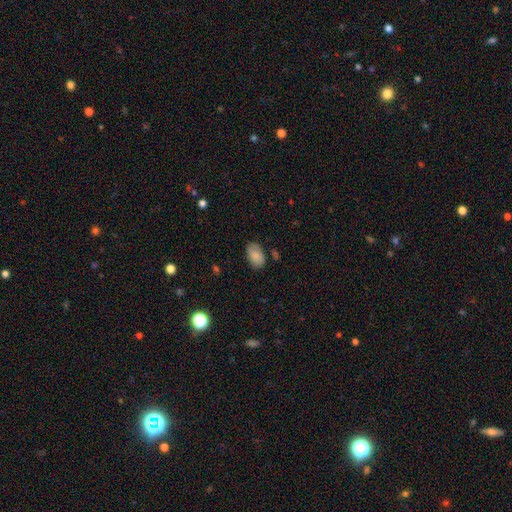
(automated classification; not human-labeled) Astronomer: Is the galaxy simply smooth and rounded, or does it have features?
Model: smooth — 86%.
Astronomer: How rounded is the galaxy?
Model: in between — 92%.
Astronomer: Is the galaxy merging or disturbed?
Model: none — 77%.